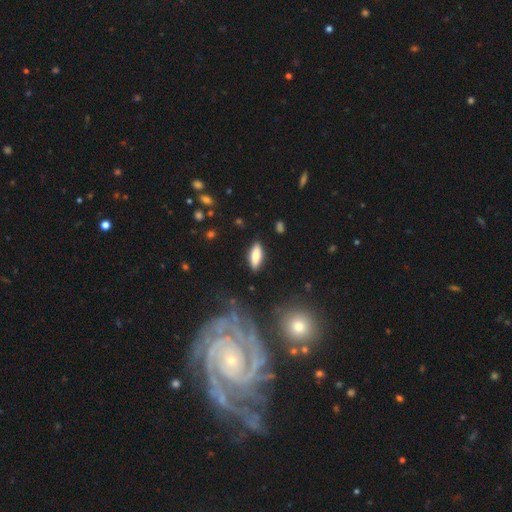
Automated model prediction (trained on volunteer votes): This is clearly a smooth galaxy (81%). How rounded: likely in between (66%). Merging: clearly none (86%).